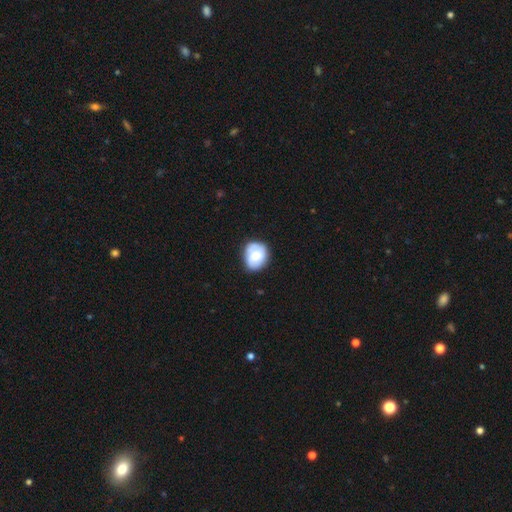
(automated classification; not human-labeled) Smooth or featured? smooth (65%)
How rounded? round (58%)
Merging? none (71%)